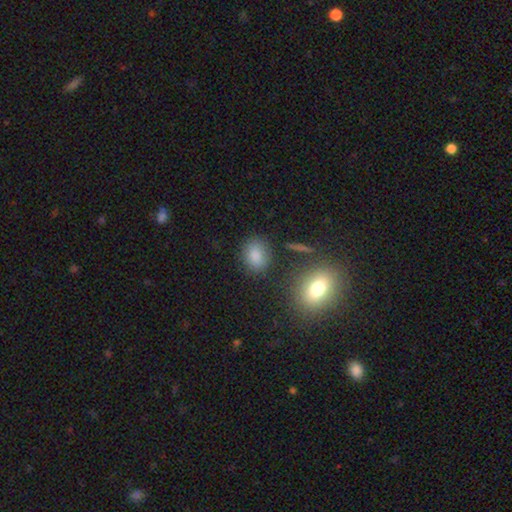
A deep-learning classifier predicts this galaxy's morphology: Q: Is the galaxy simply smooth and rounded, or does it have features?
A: smooth — 82%.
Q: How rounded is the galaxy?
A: in between — 56%.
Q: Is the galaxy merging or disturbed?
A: none — 80%.